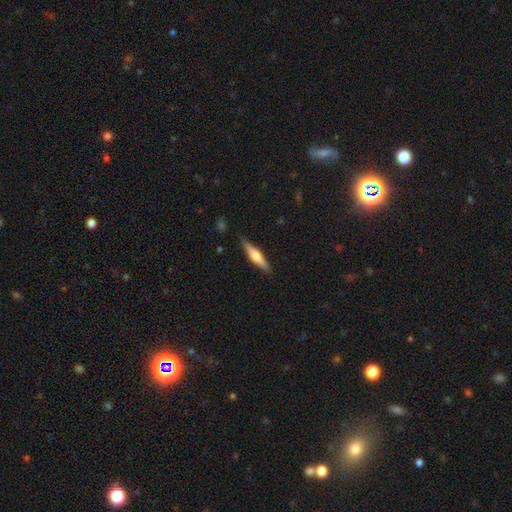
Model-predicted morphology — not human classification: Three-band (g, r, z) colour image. It shows a featured or disk galaxy (54%) viewed edge-on (97%) with a rounded central bulge (82%). Merging: none (89%).